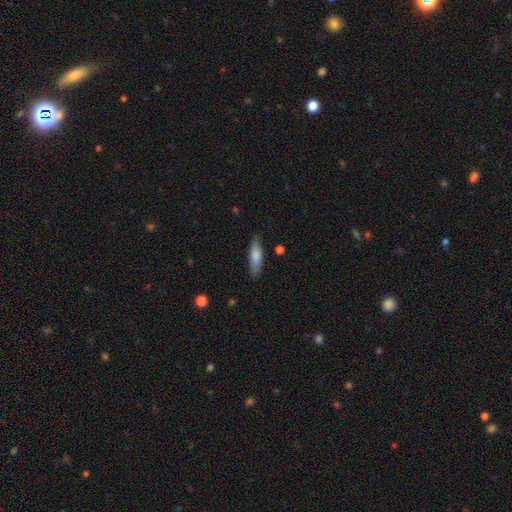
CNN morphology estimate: type=smooth (76%); roundness=cigar-shaped (65%); merging=none (83%).